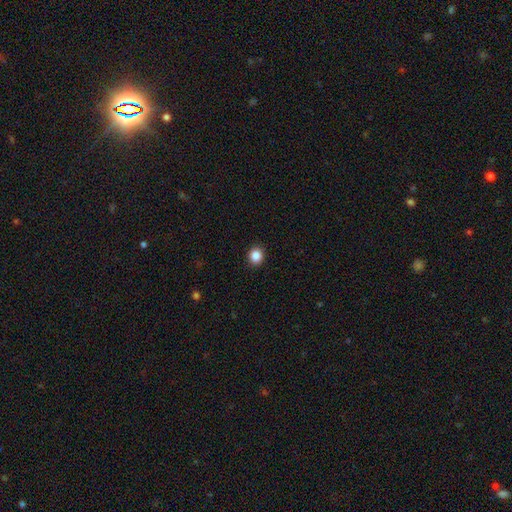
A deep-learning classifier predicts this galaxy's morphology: Smooth or featured: smooth — 86% (star or artifact — 10%)
How rounded: round — 79% (in between — 20%)
Merging: none — 92% (minor disturbance — 6%)